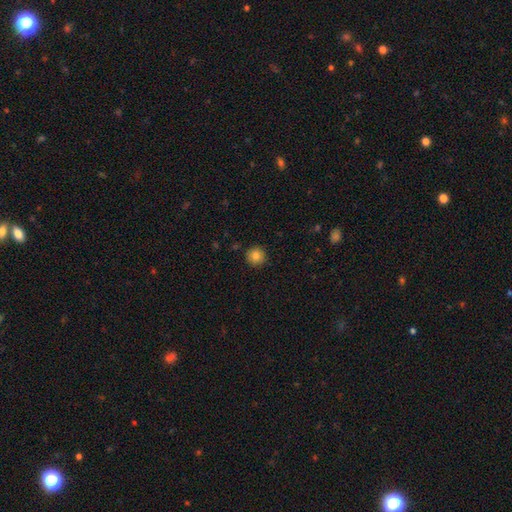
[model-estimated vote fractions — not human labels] smooth_or_featured: smooth (p=0.83) [alt: star or artifact p=0.10]
how_rounded: round (p=0.95) [alt: in between p=0.04]
merging: none (p=0.91) [alt: minor disturbance p=0.06]